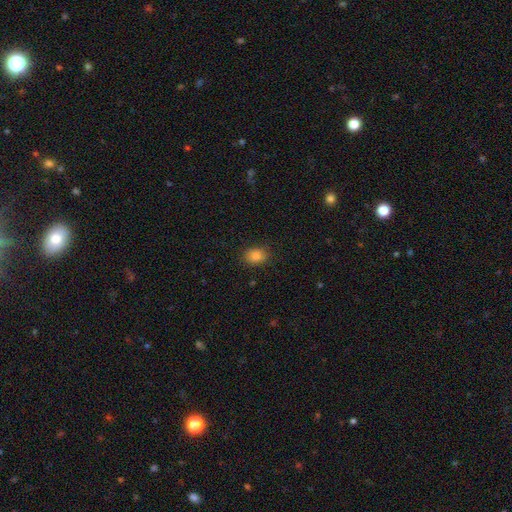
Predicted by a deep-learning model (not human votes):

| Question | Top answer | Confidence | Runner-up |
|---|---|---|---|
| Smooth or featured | smooth | 85% | star or artifact (10%) |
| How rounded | in between | 69% | round (30%) |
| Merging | none | 85% | minor disturbance (11%) |